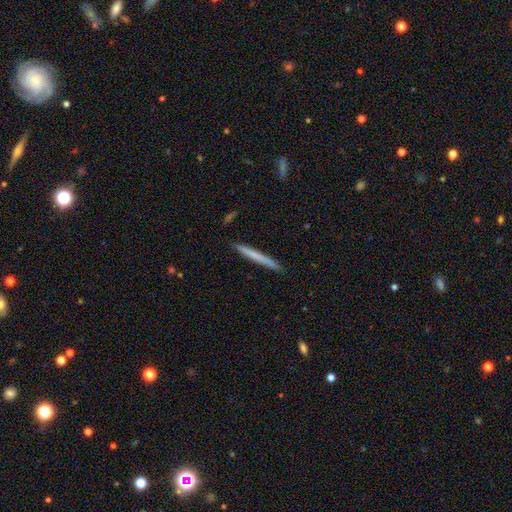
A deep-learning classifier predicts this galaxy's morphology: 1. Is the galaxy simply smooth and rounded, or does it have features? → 62% smooth, 32% featured or disk, 6% star or artifact.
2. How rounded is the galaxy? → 97% cigar-shaped, 2% in between, 1% round.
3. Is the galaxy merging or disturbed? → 91% none, 7% minor disturbance, 1% major disturbance, 1% merger.